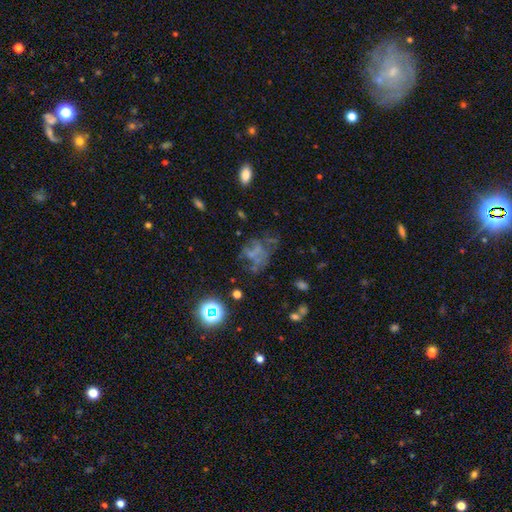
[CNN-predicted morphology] Q: Smooth or featured?
A: featured or disk (42%); runner-up: smooth (32%)
Q: Merging?
A: none (43%); runner-up: major disturbance (29%)